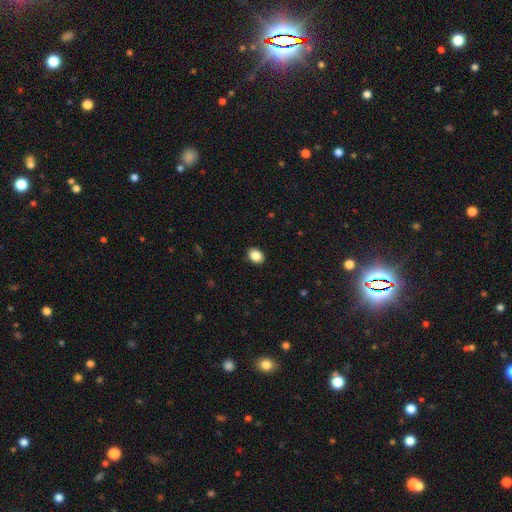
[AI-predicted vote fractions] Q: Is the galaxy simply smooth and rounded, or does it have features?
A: smooth — 88%.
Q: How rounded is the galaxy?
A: in between — 68%.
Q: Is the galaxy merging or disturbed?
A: none — 90%.